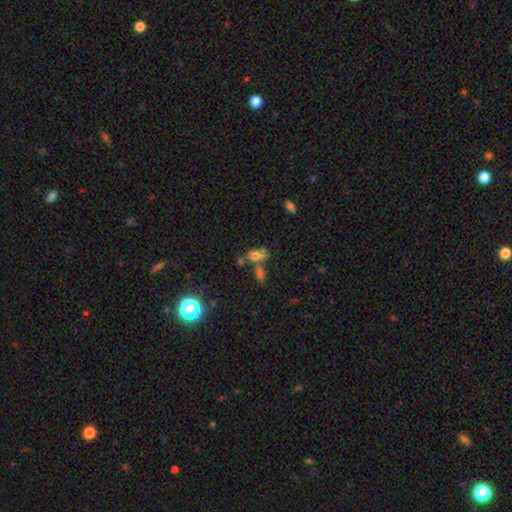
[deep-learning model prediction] smooth 63%, featured or disk 19%, star or artifact 18%. Down the decision tree: how rounded — in between (78%); merging — merger (42%).